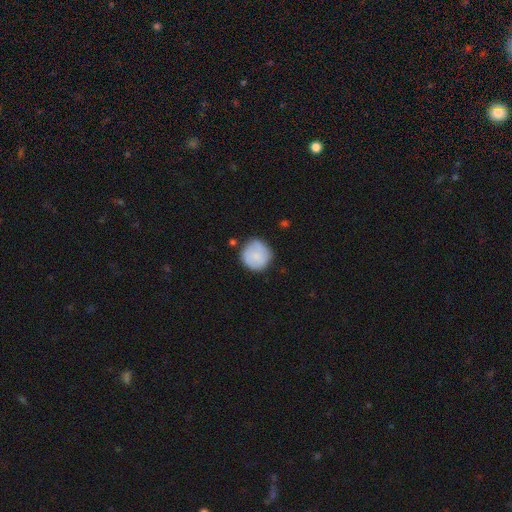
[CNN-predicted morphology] Q: Smooth or featured?
A: smooth (78%); runner-up: featured or disk (15%)
Q: How rounded?
A: round (93%); runner-up: in between (6%)
Q: Merging?
A: none (72%); runner-up: minor disturbance (21%)